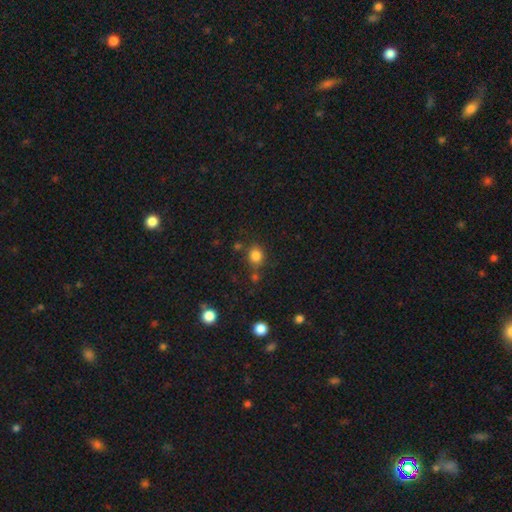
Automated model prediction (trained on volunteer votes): This is clearly a smooth galaxy (82%). How rounded: likely round (71%). Merging: likely none (75%).